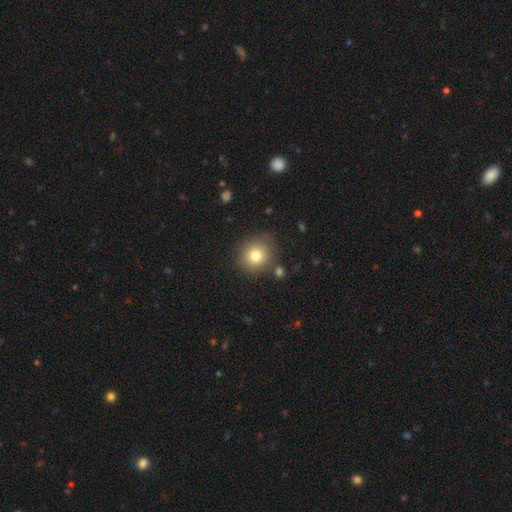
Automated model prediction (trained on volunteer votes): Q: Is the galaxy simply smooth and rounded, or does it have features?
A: smooth — 80%.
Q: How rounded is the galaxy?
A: round — 85%.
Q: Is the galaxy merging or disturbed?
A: none — 82%.